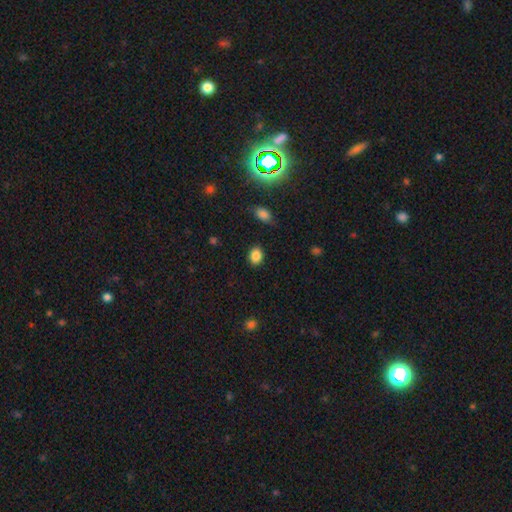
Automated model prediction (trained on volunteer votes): smooth-or-featured: smooth: 86% | star or artifact: 10% | featured or disk: 4%
  how-rounded: in between: 58% | round: 40% | cigar-shaped: 1%
  merging: none: 87% | minor disturbance: 9% | major disturbance: 3% | merger: 2%